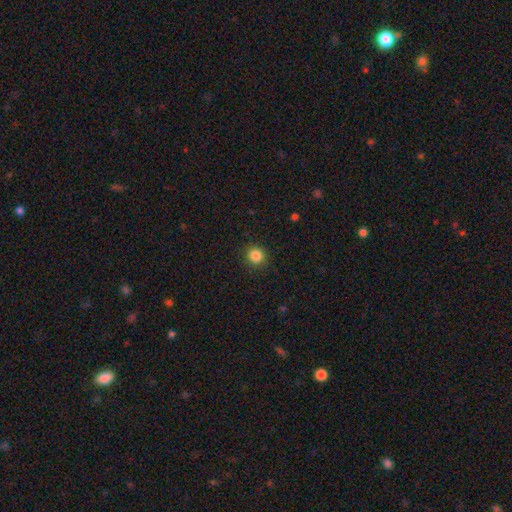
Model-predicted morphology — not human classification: Smooth or featured? Predicted: smooth (p=0.85). How rounded? Predicted: round (p=0.92). Merging? Predicted: none (p=0.91).